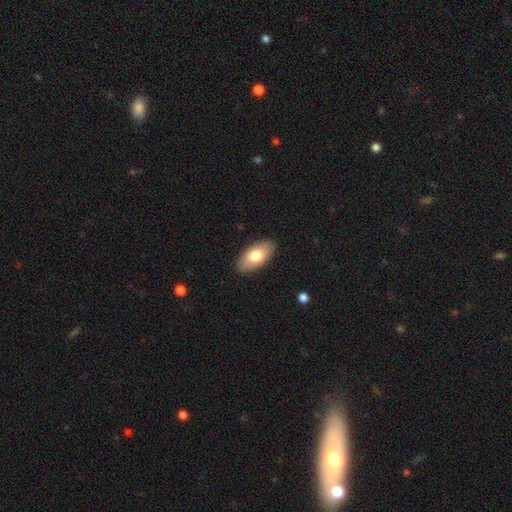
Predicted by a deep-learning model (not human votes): Smooth or featured? Predicted: smooth (p=0.76). How rounded? Predicted: in between (p=0.93). Merging? Predicted: none (p=0.89).